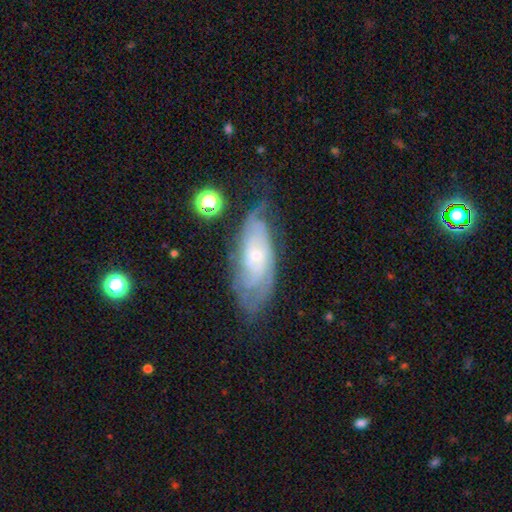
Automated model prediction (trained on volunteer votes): Smooth or featured: featured or disk — 72% (smooth — 20%)
Edge-on disk: no — 90% (yes — 10%)
Bar: no — 72% (weak — 23%)
Spiral arms: yes — 88% (no — 12%)
Spiral winding: tight — 59% (medium — 31%)
Spiral arm count: can't tell — 53% (2 — 24%)
Bulge size: small — 74% (moderate — 21%)
Merging: none — 56% (minor disturbance — 27%)